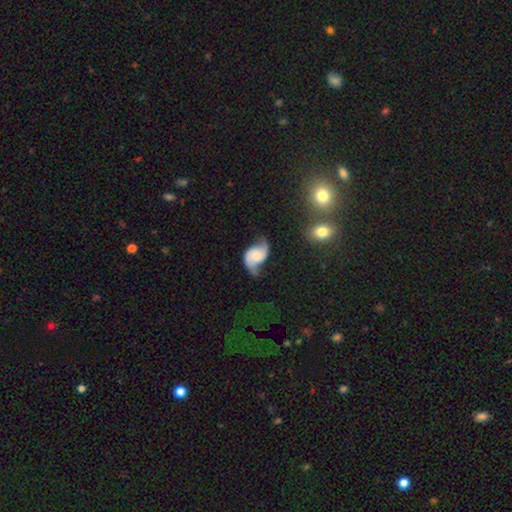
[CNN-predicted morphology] Smooth or featured? featured or disk (79%)
Edge-on disk? no (97%)
Bar? no (68%)
Spiral arms? yes (94%)
Spiral winding? loose (58%)
Spiral arm count? 2 (91%)
Bulge size? small (47%)
Merging? none (54%)